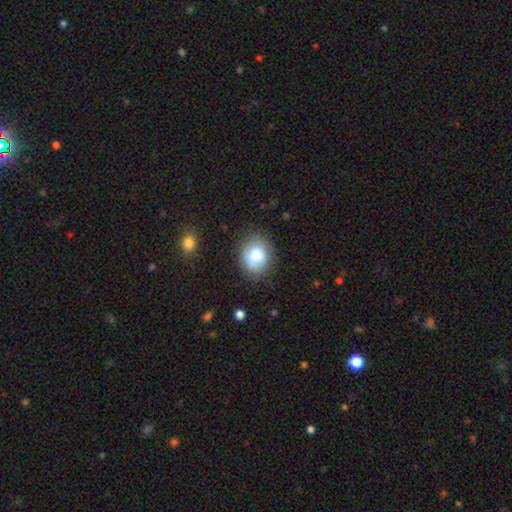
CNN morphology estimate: Q: Smooth or featured?
A: smooth (83%); runner-up: featured or disk (9%)
Q: How rounded?
A: round (54%); runner-up: in between (45%)
Q: Merging?
A: none (77%); runner-up: minor disturbance (17%)